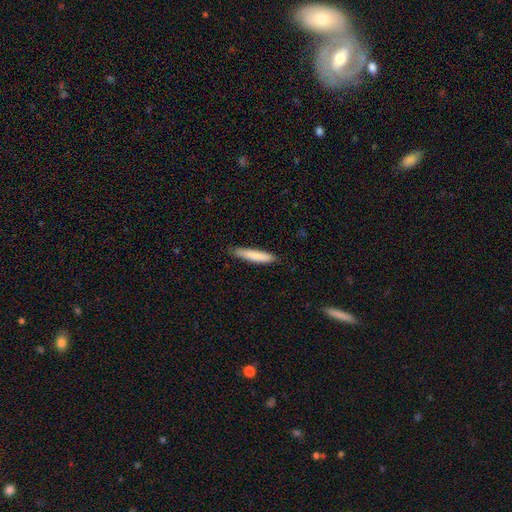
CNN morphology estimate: smooth 84%, featured or disk 10%, star or artifact 5%. Down the decision tree: how rounded — cigar-shaped (88%); merging — none (85%).